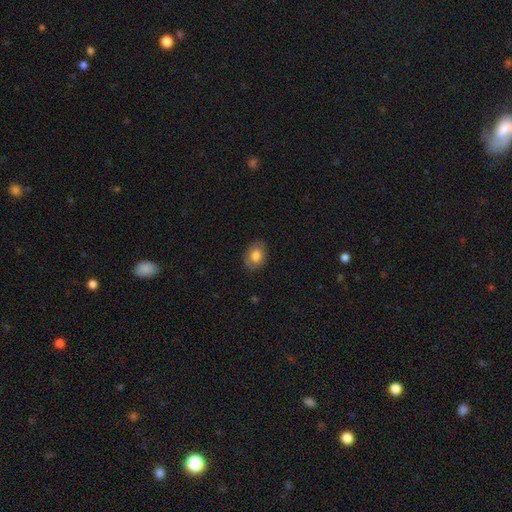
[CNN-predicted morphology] Smooth or featured? Predicted: smooth (p=0.75). How rounded? Predicted: in between (p=0.73). Merging? Predicted: none (p=0.82).